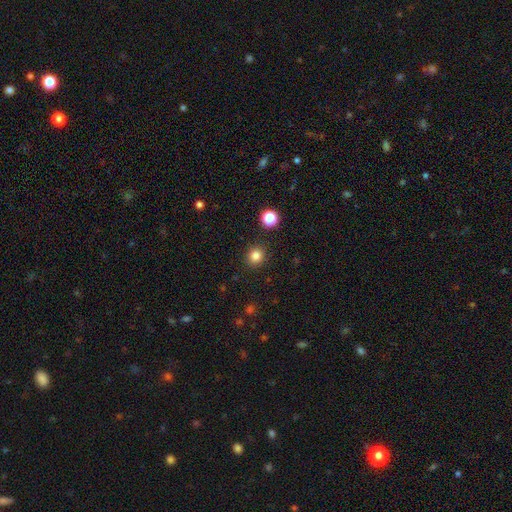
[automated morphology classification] The model was most divided on "smooth or featured": smooth: 83%, star or artifact: 13%, featured or disk: 4%. More confident: merging — none (89%); how rounded — round (85%).